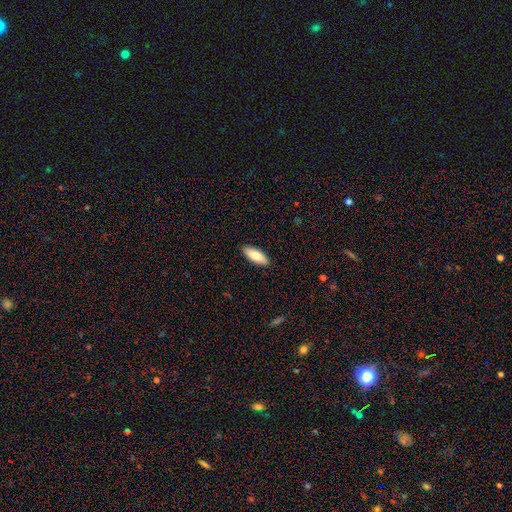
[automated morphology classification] A smooth galaxy with no disk features (79%) that is in between round and cigar-shaped (72%).

Vote fractions:
- Smooth or featured? smooth: 79% / featured or disk: 15% / star or artifact: 6%
- How rounded? in between: 72% / cigar-shaped: 26% / round: 2%
- Merging? none: 90% / minor disturbance: 8% / major disturbance: 2% / merger: 1%